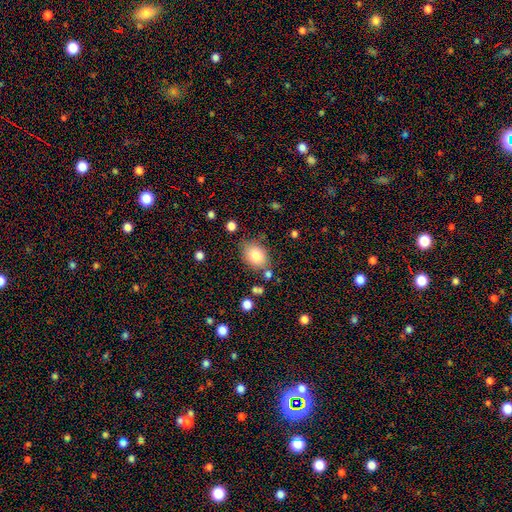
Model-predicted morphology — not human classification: Q: Smooth or featured?
A: smooth (82%); runner-up: featured or disk (9%)
Q: How rounded?
A: in between (66%); runner-up: round (33%)
Q: Merging?
A: none (75%); runner-up: minor disturbance (15%)